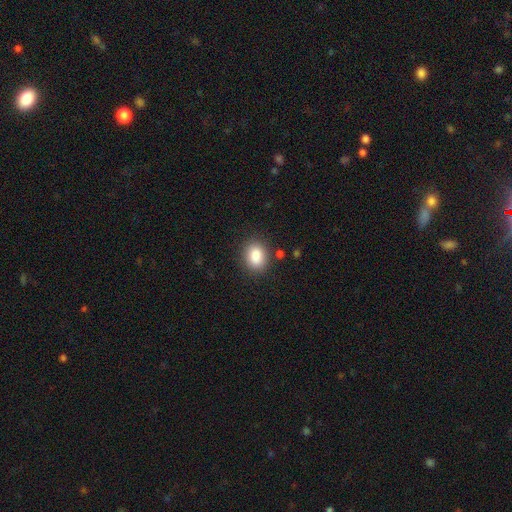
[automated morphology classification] This is clearly a smooth galaxy (87%). How rounded: likely in between (61%). Merging: clearly none (84%).